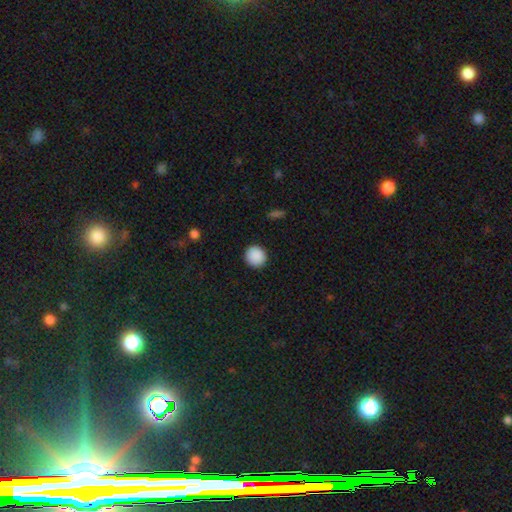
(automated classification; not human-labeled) smooth 90%, star or artifact 8%, featured or disk 2%. Down the decision tree: how rounded — round (93%); merging — none (92%).